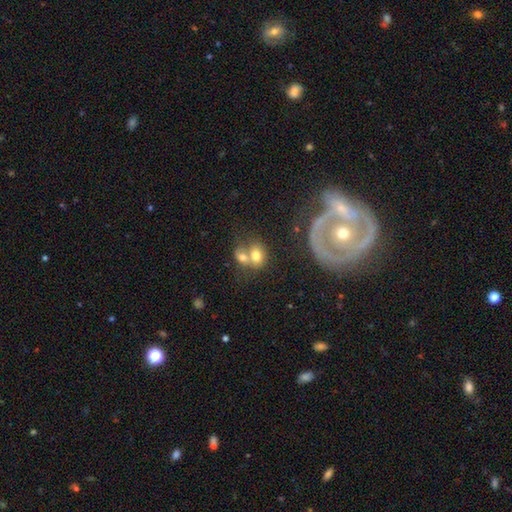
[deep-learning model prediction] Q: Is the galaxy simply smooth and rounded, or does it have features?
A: smooth — 68%.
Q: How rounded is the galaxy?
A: in between — 53%.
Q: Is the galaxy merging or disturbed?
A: merger — 62%.